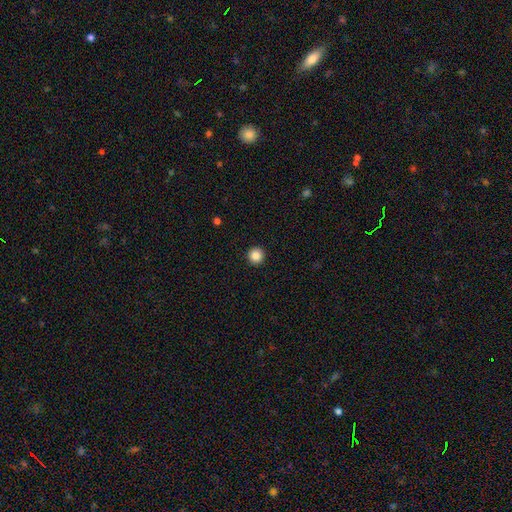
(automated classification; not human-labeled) The model was most divided on "smooth or featured": smooth: 87%, star or artifact: 10%, featured or disk: 3%. More confident: how rounded — round (96%); merging — none (94%).